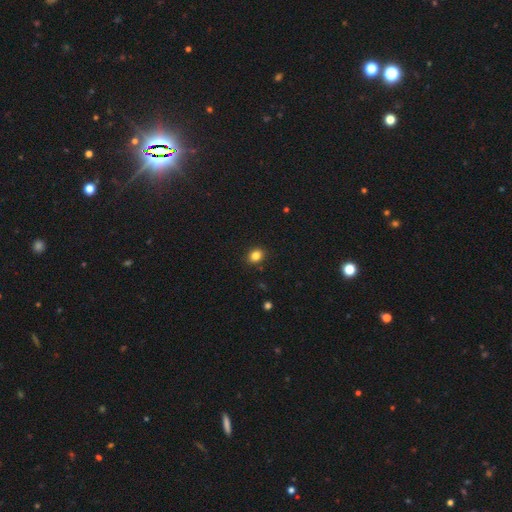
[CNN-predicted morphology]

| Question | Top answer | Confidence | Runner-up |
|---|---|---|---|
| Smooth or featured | smooth | 85% | star or artifact (11%) |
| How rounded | round | 53% | in between (46%) |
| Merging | none | 89% | minor disturbance (8%) |